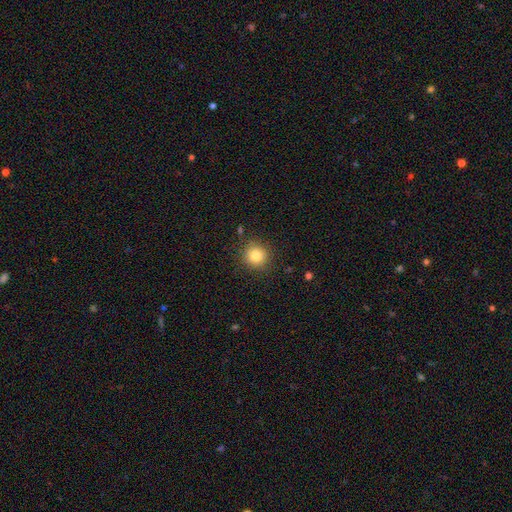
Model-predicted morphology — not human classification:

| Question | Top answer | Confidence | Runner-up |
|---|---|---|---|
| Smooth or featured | smooth | 81% | star or artifact (12%) |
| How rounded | round | 93% | in between (6%) |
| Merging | none | 88% | minor disturbance (8%) |